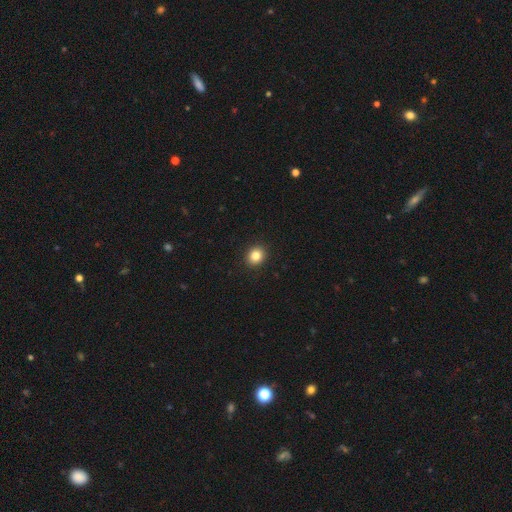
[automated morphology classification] Q: Smooth or featured?
A: smooth (84%); runner-up: star or artifact (11%)
Q: How rounded?
A: round (78%); runner-up: in between (22%)
Q: Merging?
A: none (92%); runner-up: minor disturbance (5%)